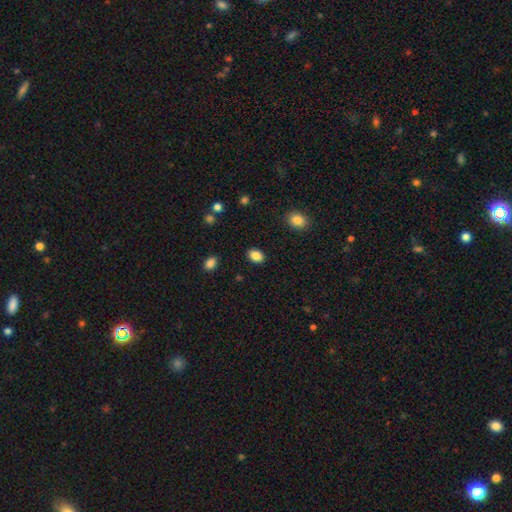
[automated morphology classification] Smooth or featured?
  - smooth: 86% *
  - star or artifact: 9%
  - featured or disk: 5%
How rounded?
  - in between: 75% *
  - round: 24%
  - cigar-shaped: 1%
Merging?
  - none: 88% *
  - minor disturbance: 8%
  - major disturbance: 2%
  - merger: 1%